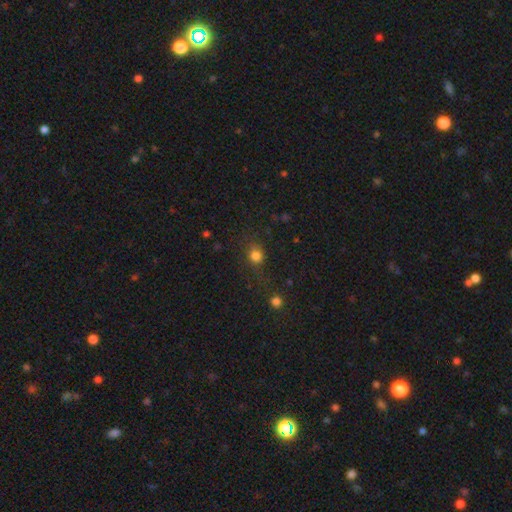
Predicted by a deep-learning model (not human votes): This appears to be a smooth galaxy with no disk features (78%) that is round (80%). Merging: none (74%).